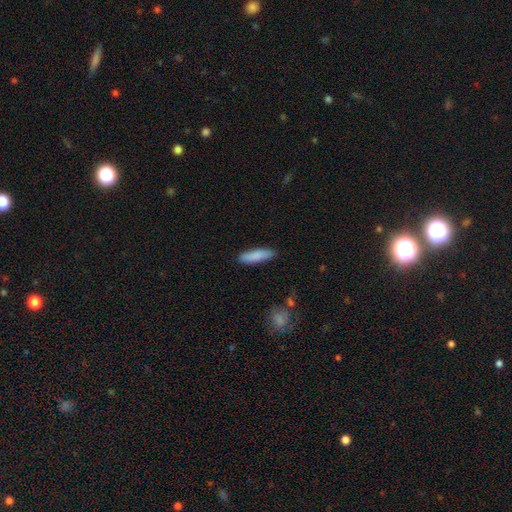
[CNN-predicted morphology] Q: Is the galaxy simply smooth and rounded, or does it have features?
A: smooth — 85%.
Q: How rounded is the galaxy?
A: cigar-shaped — 69%.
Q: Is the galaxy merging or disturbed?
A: none — 86%.